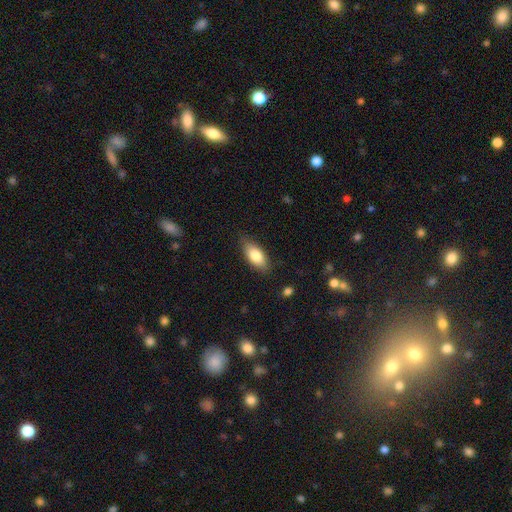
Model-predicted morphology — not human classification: Overall: smooth (80%). How rounded: in between (86%). Merging: none (78%).